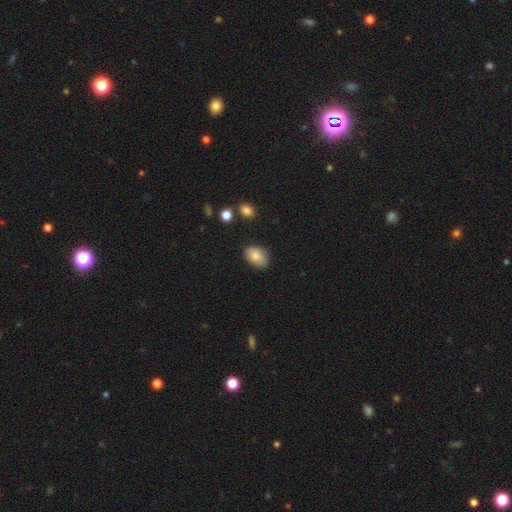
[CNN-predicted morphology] A smooth galaxy with no disk features (82%) that is in between round and cigar-shaped (81%). Merging: none (75%).